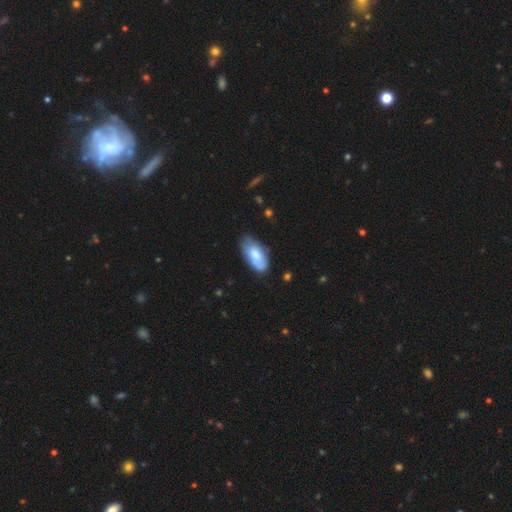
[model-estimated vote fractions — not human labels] This appears to be a smooth galaxy with no disk features (69%) that is in between round and cigar-shaped (93%). Merging: none (59%).